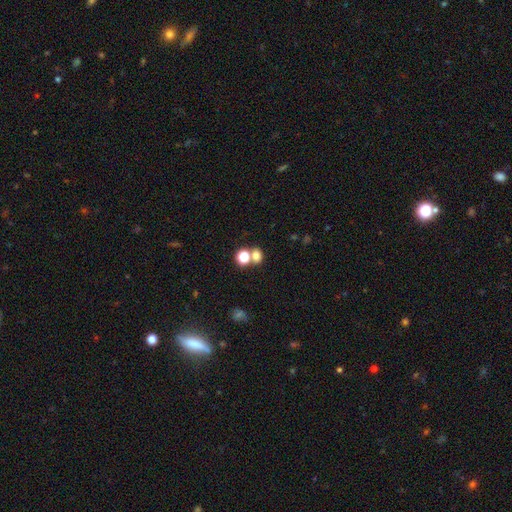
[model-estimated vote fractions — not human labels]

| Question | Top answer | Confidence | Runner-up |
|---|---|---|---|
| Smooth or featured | smooth | 73% | star or artifact (17%) |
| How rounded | round | 60% | in between (38%) |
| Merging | none | 48% | merger (41%) |